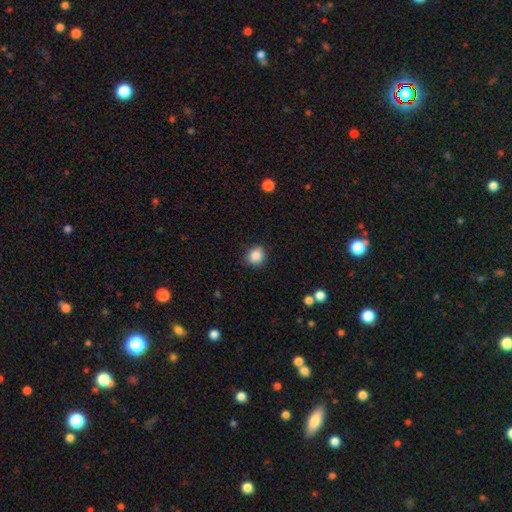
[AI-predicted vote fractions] Smooth or featured?
  - smooth: 86% *
  - star or artifact: 10%
  - featured or disk: 4%
How rounded?
  - round: 77% *
  - in between: 22%
  - cigar-shaped: 1%
Merging?
  - none: 79% *
  - minor disturbance: 17%
  - major disturbance: 3%
  - merger: 2%